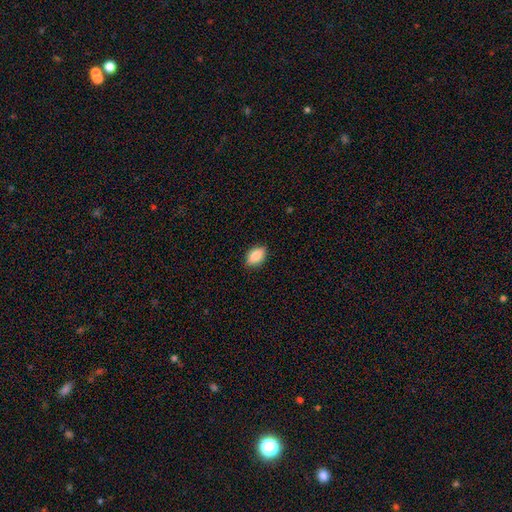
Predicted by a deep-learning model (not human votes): Q: Smooth or featured?
A: smooth (85%); runner-up: featured or disk (8%)
Q: How rounded?
A: in between (88%); runner-up: round (8%)
Q: Merging?
A: none (86%); runner-up: minor disturbance (11%)